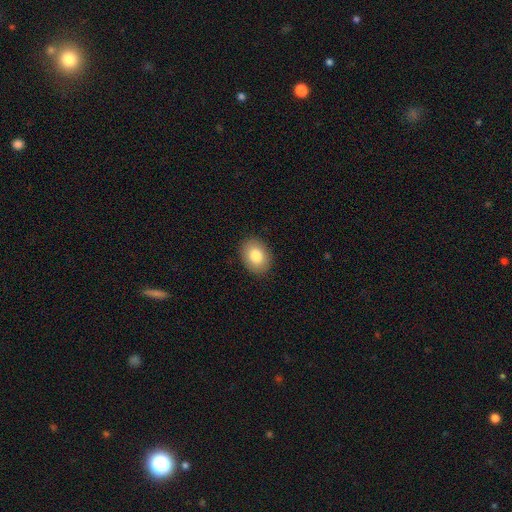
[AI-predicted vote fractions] smooth 83%, featured or disk 10%, star or artifact 7%. Down the decision tree: how rounded — in between (67%); merging — none (89%).